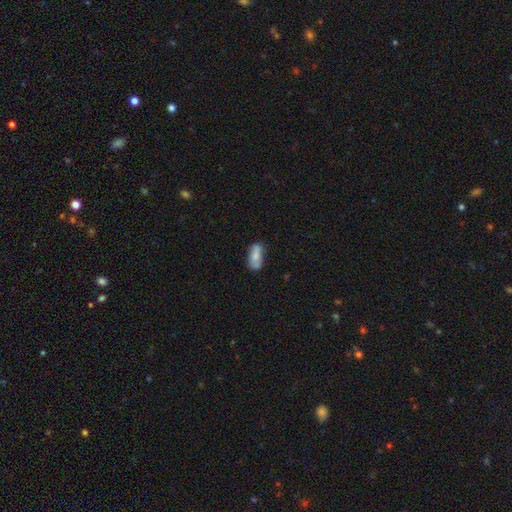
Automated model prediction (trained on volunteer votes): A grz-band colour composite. It shows a smooth galaxy with no disk features (68%) that is in between round and cigar-shaped (84%). Merging: none (59%).